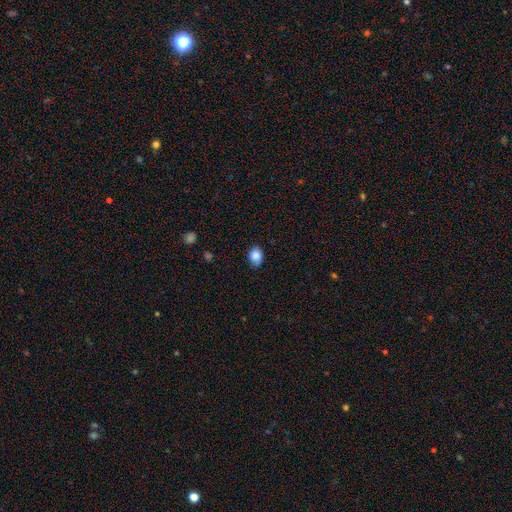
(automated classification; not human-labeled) This appears to be a smooth galaxy with no disk features (85%) that is in between round and cigar-shaped (55%). Merging: none (71%).